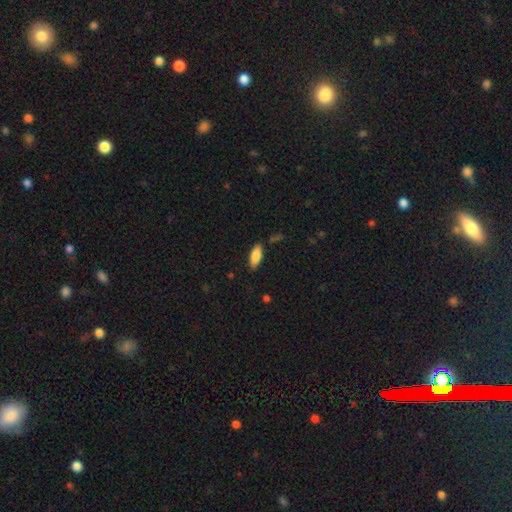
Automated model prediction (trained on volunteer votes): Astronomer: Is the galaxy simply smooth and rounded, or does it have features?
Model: smooth — 84%.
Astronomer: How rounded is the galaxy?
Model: in between — 79%.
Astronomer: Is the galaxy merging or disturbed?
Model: none — 83%.